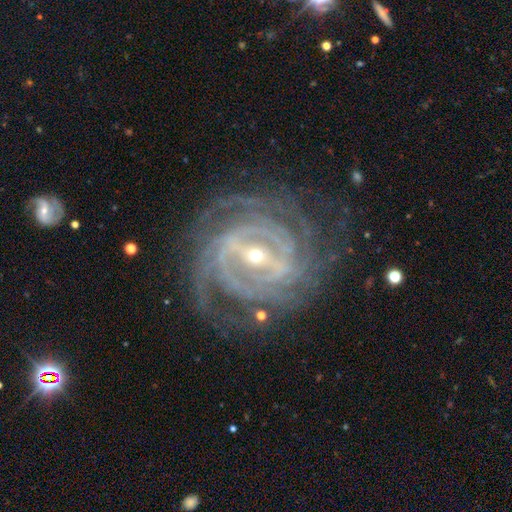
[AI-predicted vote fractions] A featured or disk galaxy (92%) with a strong bar (65%), 4 (29%) tight (71%) spiral arms (97%) and a small central bulge (68%). Merging: none (75%).